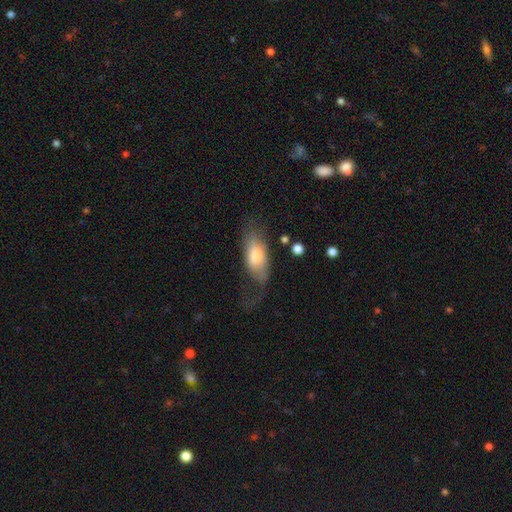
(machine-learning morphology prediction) This is likely a smooth galaxy (64%). How rounded: clearly in between (84%). Merging: marginally none (40%).